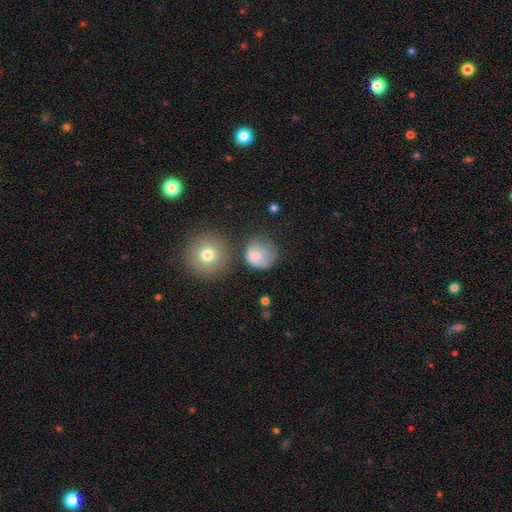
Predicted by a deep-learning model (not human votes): This is likely a smooth galaxy (74%). How rounded: clearly round (86%). Merging: possibly none (53%).